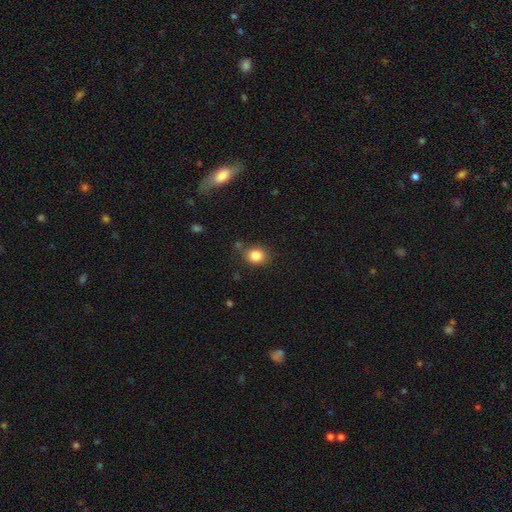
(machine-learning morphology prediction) Q: Smooth or featured?
A: smooth (84%); runner-up: star or artifact (10%)
Q: How rounded?
A: round (67%); runner-up: in between (32%)
Q: Merging?
A: none (79%); runner-up: minor disturbance (13%)